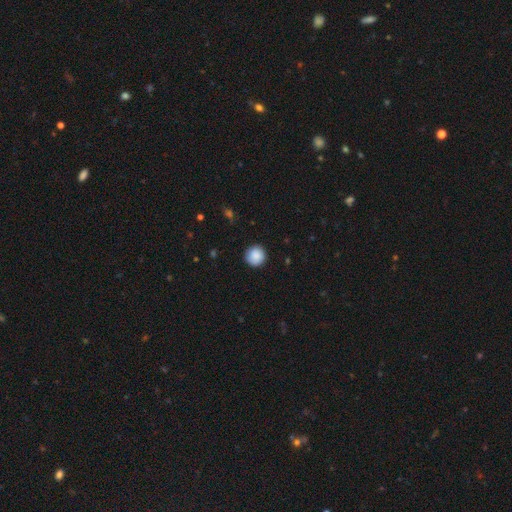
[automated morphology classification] A smooth galaxy with no disk features (88%) that is round (95%). Merging: none (89%).